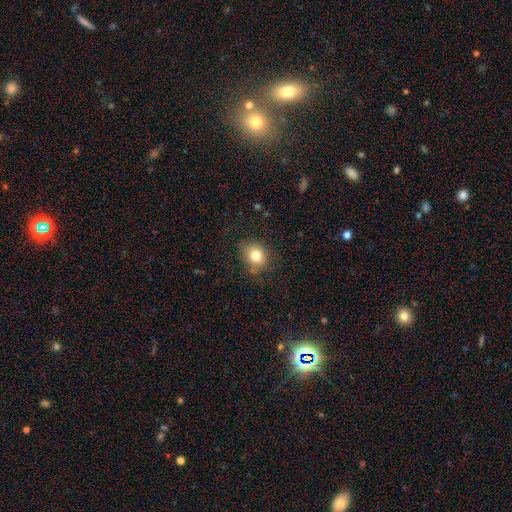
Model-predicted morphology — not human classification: Smooth or featured? Predicted: smooth (p=0.79). How rounded? Predicted: round (p=0.62). Merging? Predicted: none (p=0.78).